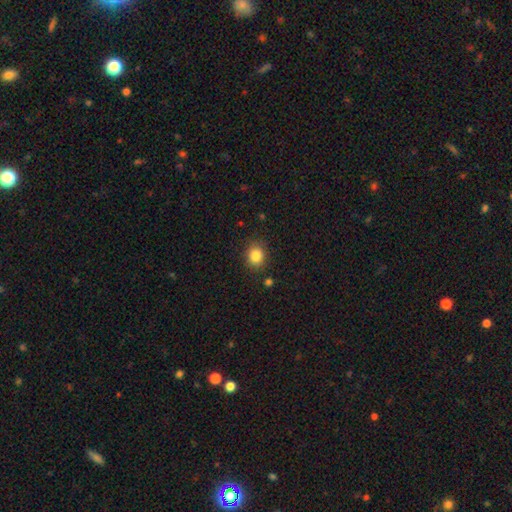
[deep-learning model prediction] This appears to be a smooth galaxy with no disk features (85%) that is round (72%). Merging: none (86%).